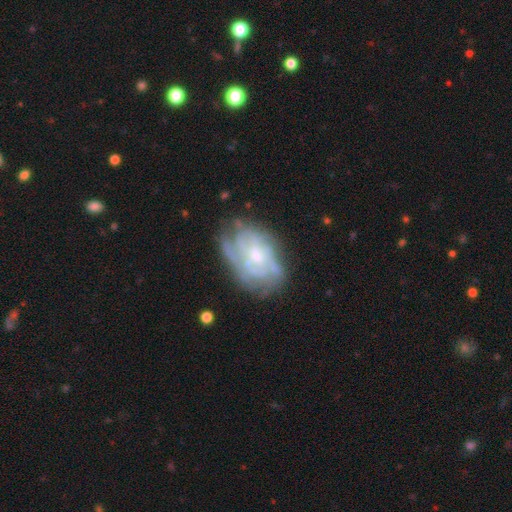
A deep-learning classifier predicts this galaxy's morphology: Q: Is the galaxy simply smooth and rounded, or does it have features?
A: featured or disk — 76%.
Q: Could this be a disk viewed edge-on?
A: no — 96%.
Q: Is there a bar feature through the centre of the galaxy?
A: no — 67%.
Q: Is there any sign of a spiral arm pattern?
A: yes — 76%.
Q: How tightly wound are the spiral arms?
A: tight — 54%.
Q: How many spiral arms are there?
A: can't tell — 57%.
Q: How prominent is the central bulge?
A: small — 53%.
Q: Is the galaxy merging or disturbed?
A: none — 60%.